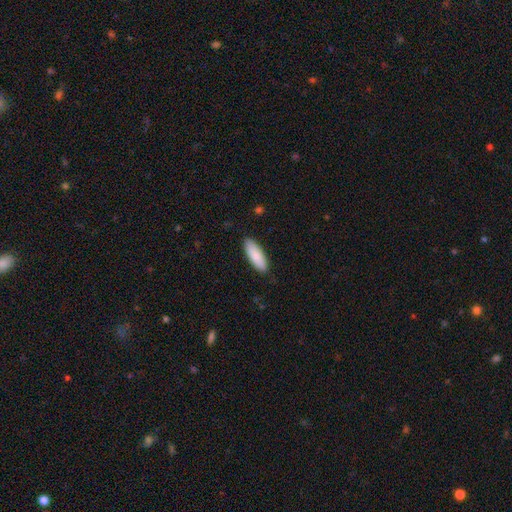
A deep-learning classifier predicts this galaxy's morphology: Smooth or featured? Predicted: smooth (p=0.87). How rounded? Predicted: in between (p=0.64). Merging? Predicted: none (p=0.88).